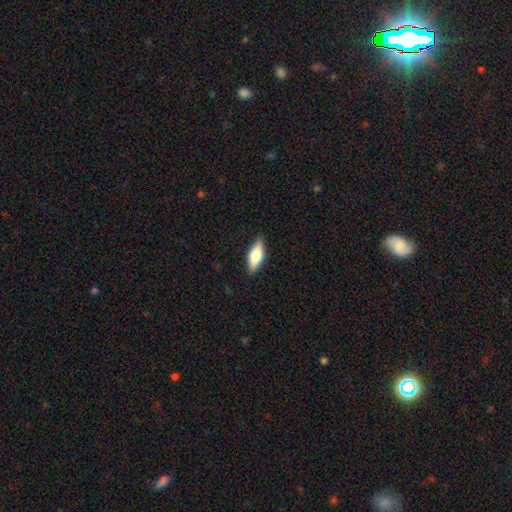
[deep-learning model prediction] Smooth or featured?
  - smooth: 64% *
  - featured or disk: 29%
  - star or artifact: 6%
How rounded?
  - in between: 69% *
  - cigar-shaped: 28%
  - round: 3%
Merging?
  - none: 87% *
  - minor disturbance: 10%
  - major disturbance: 2%
  - merger: 1%